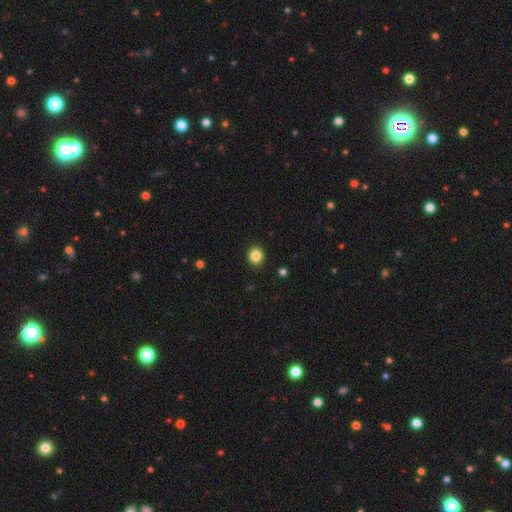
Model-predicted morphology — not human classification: Overall: smooth (85%). How rounded: round (80%). Merging: none (91%).